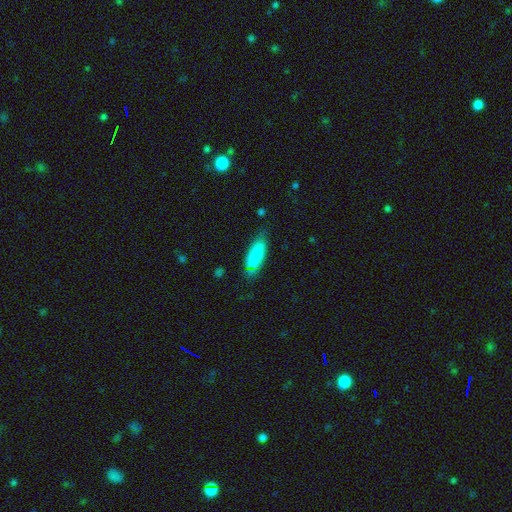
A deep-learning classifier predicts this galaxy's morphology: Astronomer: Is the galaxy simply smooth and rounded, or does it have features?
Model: smooth — 82%.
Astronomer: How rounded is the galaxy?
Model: in between — 71%.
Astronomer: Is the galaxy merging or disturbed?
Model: none — 59%.